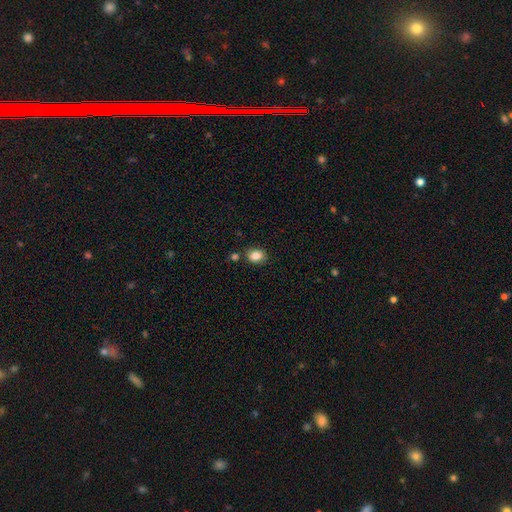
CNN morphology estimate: A smooth galaxy with no disk features (84%) that is in between round and cigar-shaped (62%). Merging: none (80%).